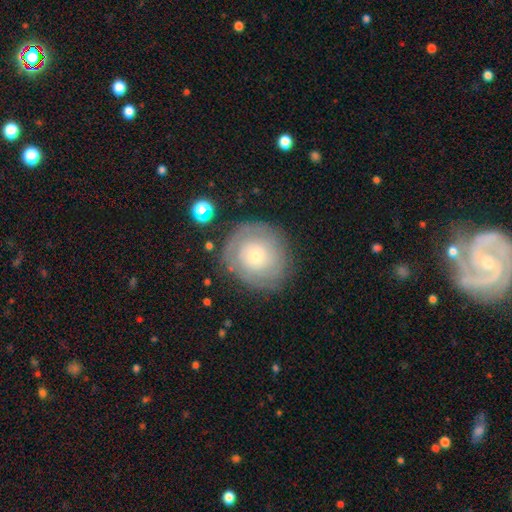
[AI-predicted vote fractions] Smooth or featured?
  - featured or disk: 52% *
  - smooth: 40%
  - star or artifact: 8%
Edge-on disk?
  - no: 97% *
  - yes: 3%
Bar?
  - no: 85% *
  - weak: 12%
  - strong: 3%
Spiral arms?
  - yes: 68% *
  - no: 32%
Bulge size?
  - small: 62% *
  - moderate: 30%
  - large: 5%
  - dominant: 2%
  - none: 2%
Merging?
  - none: 79% *
  - minor disturbance: 13%
  - major disturbance: 5%
  - merger: 2%